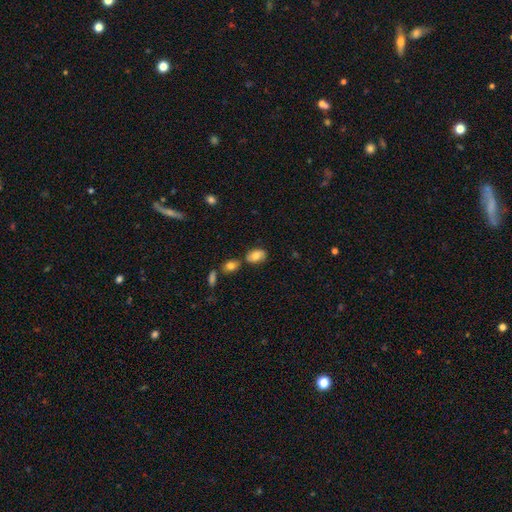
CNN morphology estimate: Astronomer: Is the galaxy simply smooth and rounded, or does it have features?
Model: smooth — 72%.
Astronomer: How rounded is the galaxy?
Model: in between — 83%.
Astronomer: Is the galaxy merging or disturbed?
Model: none — 61%.